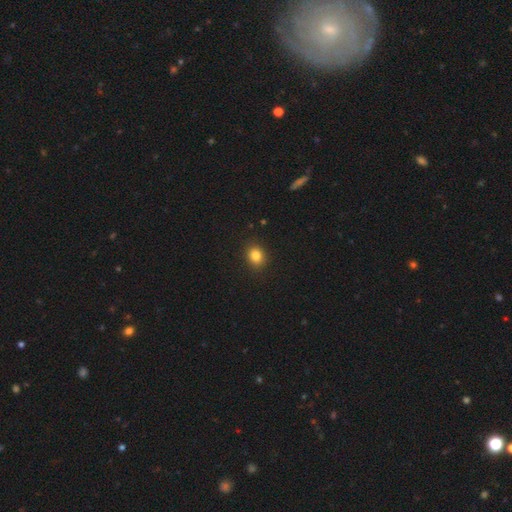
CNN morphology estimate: smooth 83%, star or artifact 11%, featured or disk 6%. Down the decision tree: how rounded — round (54%); merging — none (89%).